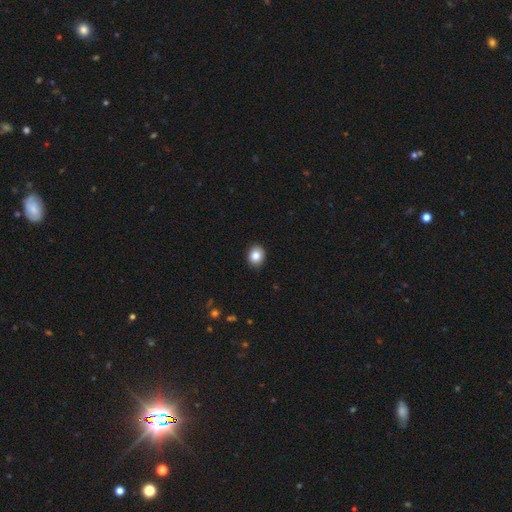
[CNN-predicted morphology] Smooth or featured? Predicted: smooth (p=0.83). How rounded? Predicted: round (p=0.66). Merging? Predicted: none (p=0.91).